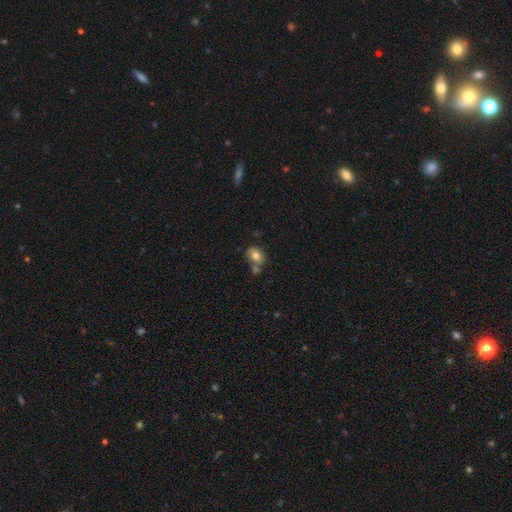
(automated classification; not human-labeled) A smooth galaxy with no disk features (75%) that is in between round and cigar-shaped (57%).

Vote fractions:
- Smooth or featured? smooth: 75% / featured or disk: 15% / star or artifact: 9%
- How rounded? in between: 57% / round: 41% / cigar-shaped: 1%
- Merging? none: 52% / merger: 27% / minor disturbance: 16% / major disturbance: 5%